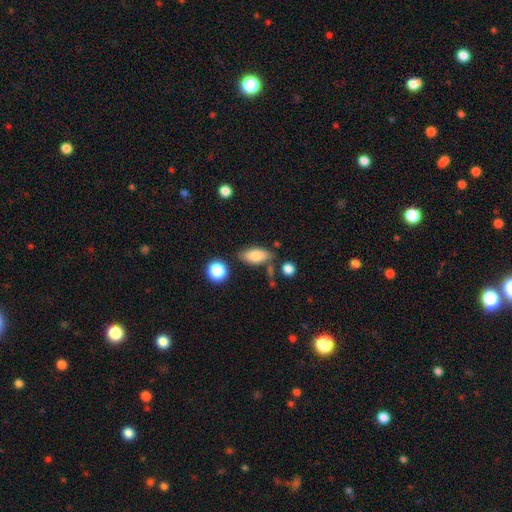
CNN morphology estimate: This is clearly a smooth galaxy (81%). How rounded: clearly in between (87%). Merging: likely none (69%).